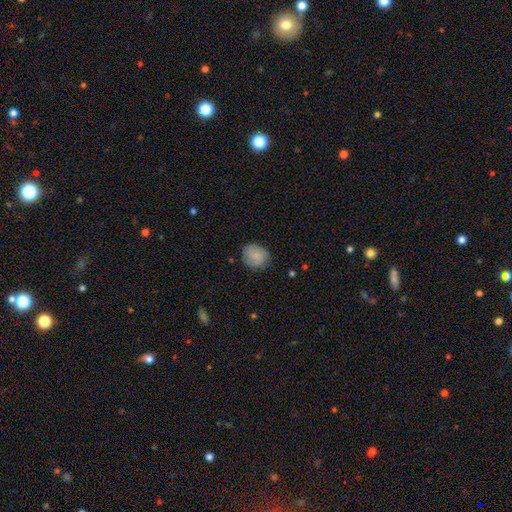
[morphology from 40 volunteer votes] Smooth or featured: smooth — 90% (featured or disk — 8%)
How rounded: round — 56% (in between — 44%)
Merging: none — 74% (minor disturbance — 21%)